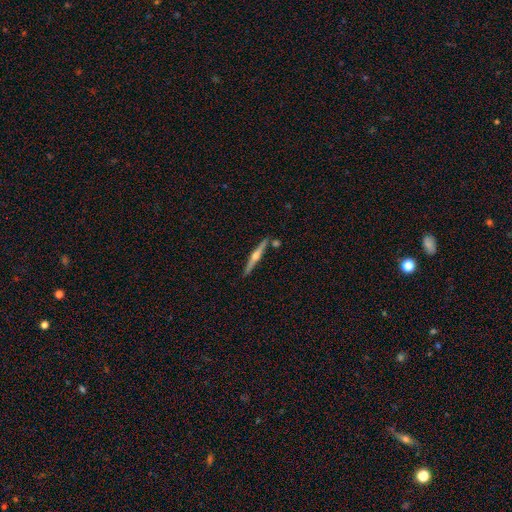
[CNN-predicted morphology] featured or disk 73%, smooth 22%, star or artifact 5%. Down the decision tree: edge-on disk — yes (98%); edge-on bulge — rounded (92%); merging — none (85%).